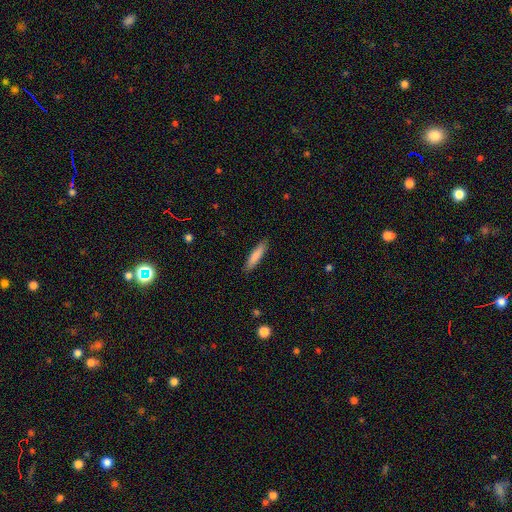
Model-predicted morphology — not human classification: smooth_or_featured: smooth (p=0.82) [alt: featured or disk p=0.12]
how_rounded: cigar-shaped (p=0.84) [alt: in between p=0.15]
merging: none (p=0.89) [alt: minor disturbance p=0.08]